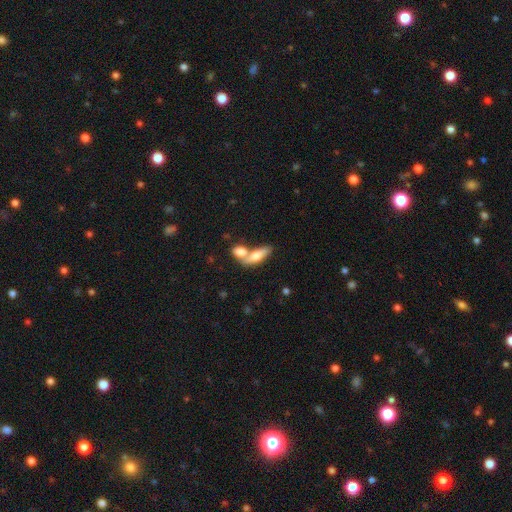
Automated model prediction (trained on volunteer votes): Smooth or featured? smooth (66%)
How rounded? in between (63%)
Merging? merger (60%)